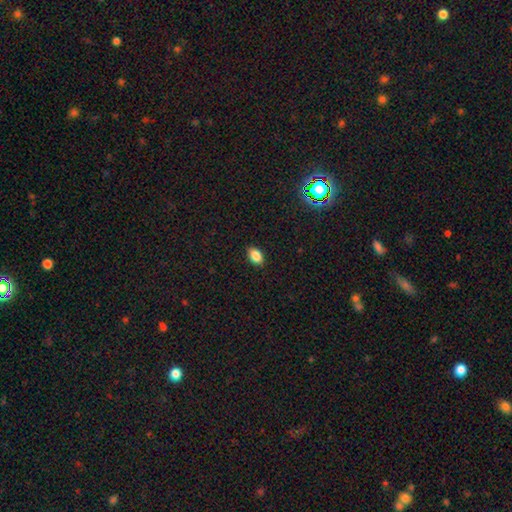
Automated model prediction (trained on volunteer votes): A smooth galaxy with no disk features (88%) that is in between round and cigar-shaped (88%). Merging: none (89%).